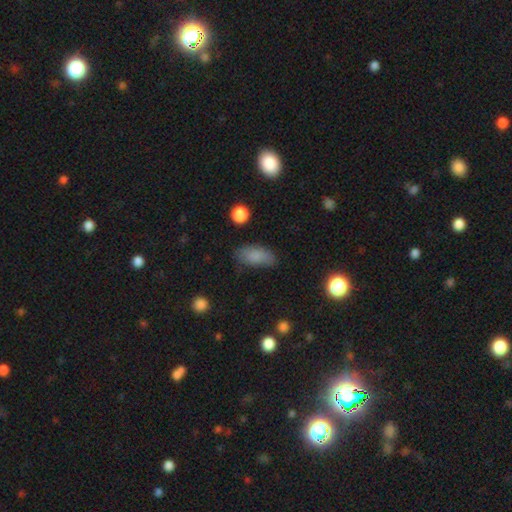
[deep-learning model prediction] Smooth or featured: smooth — 84% (star or artifact — 9%)
How rounded: in between — 87% (cigar-shaped — 10%)
Merging: none — 76% (minor disturbance — 18%)